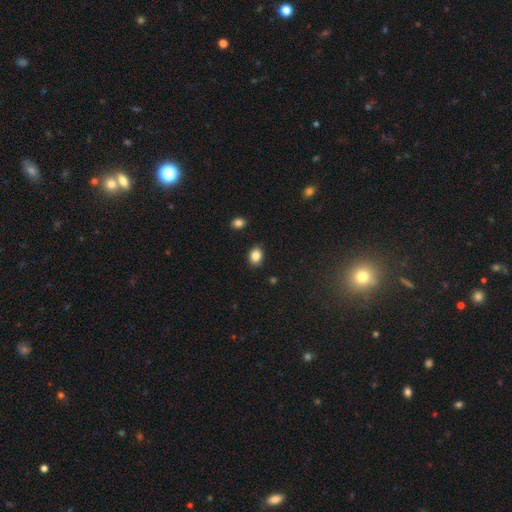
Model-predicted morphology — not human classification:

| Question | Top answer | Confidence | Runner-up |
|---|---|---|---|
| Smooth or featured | smooth | 86% | star or artifact (9%) |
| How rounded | in between | 62% | round (37%) |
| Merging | none | 87% | minor disturbance (9%) |